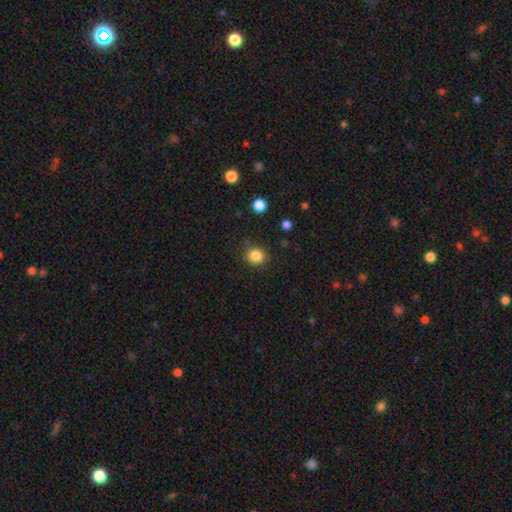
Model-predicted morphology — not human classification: Q: Smooth or featured?
A: smooth (85%); runner-up: star or artifact (11%)
Q: How rounded?
A: round (83%); runner-up: in between (16%)
Q: Merging?
A: none (83%); runner-up: minor disturbance (11%)